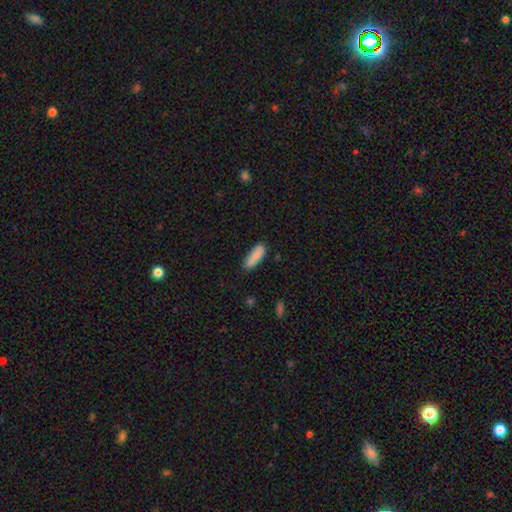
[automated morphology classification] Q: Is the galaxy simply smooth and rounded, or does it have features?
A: smooth — 85%.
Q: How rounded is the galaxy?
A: in between — 60%.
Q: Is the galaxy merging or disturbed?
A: none — 76%.